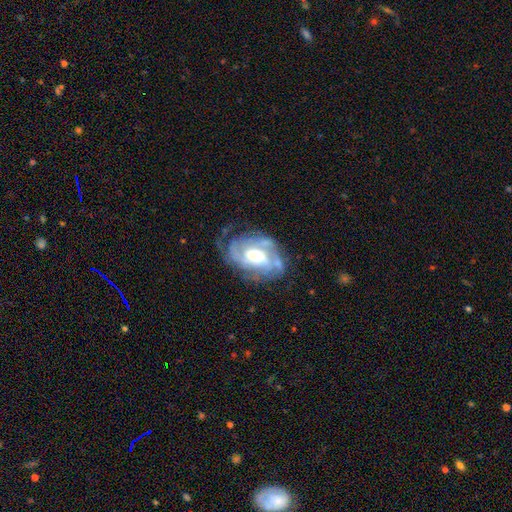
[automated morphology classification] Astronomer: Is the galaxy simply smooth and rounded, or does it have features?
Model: featured or disk — 83%.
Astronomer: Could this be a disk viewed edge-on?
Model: no — 97%.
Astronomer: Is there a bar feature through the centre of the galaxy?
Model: no — 46% (runner-up: weak, 38%).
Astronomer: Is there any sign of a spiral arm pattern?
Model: yes — 92%.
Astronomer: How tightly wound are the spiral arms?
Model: tight — 52% (runner-up: medium, 37%).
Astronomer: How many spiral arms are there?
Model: can't tell — 32% (runner-up: 2, 29%).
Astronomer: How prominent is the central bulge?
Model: moderate — 45% (runner-up: large, 41%).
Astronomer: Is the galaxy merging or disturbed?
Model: none — 60%.